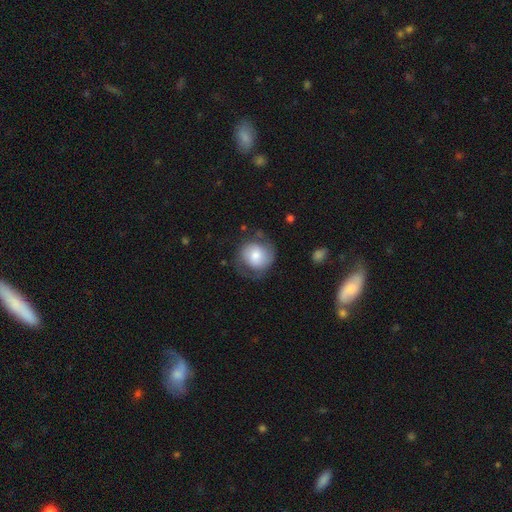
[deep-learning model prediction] smooth 53%, featured or disk 39%, star or artifact 7%. Down the decision tree: how rounded — round (83%); merging — none (58%).